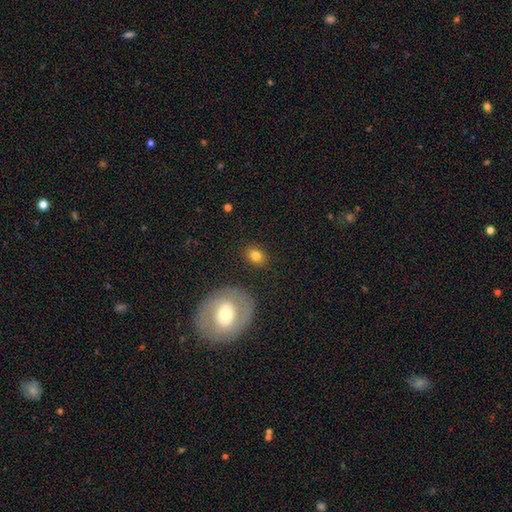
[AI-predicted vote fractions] Q: Smooth or featured?
A: smooth (80%); runner-up: featured or disk (10%)
Q: How rounded?
A: in between (53%); runner-up: round (46%)
Q: Merging?
A: none (85%); runner-up: minor disturbance (9%)